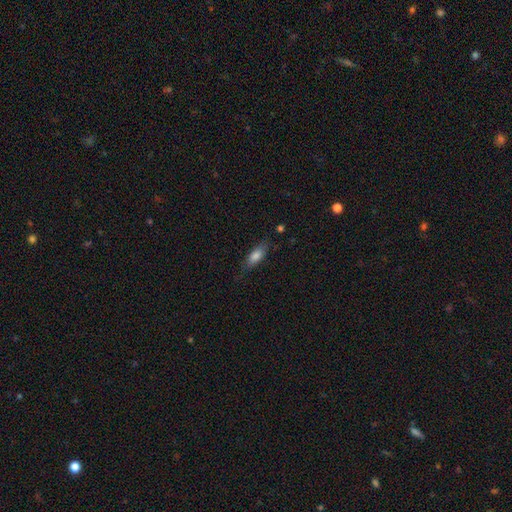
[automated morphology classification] Overall: smooth (78%). How rounded: in between (68%; cigar-shaped 29%). Merging: none (75%).